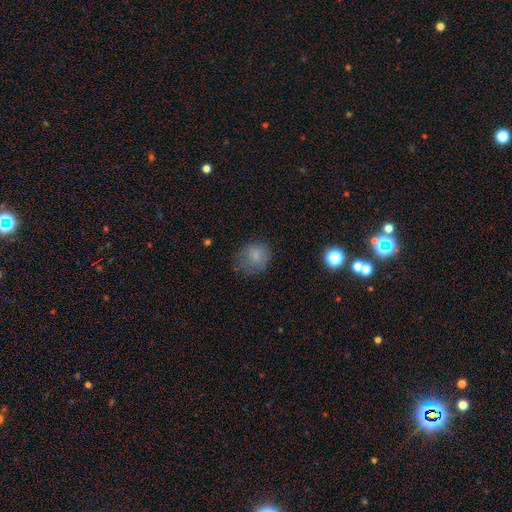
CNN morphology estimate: smooth 78%, star or artifact 11%, featured or disk 11%. Down the decision tree: how rounded — round (75%); merging — none (61%).